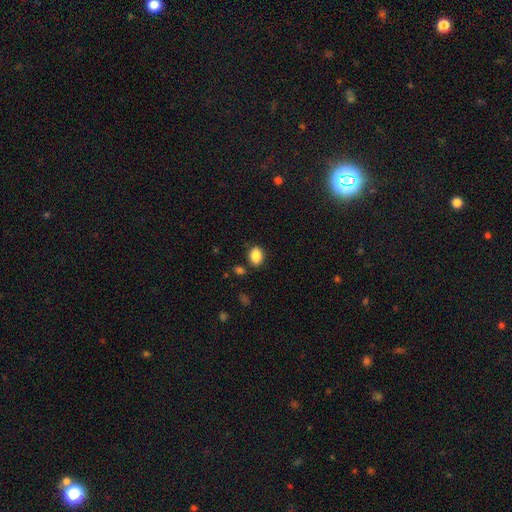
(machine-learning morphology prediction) Overall: smooth (87%). How rounded: in between (75%). Merging: none (82%).